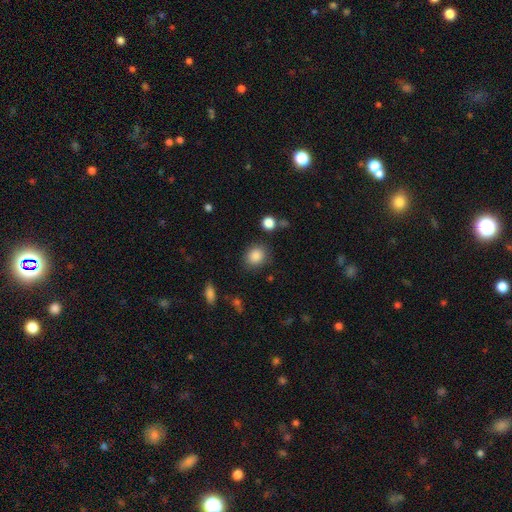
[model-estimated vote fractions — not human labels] Smooth or featured? Predicted: smooth (p=0.86). How rounded? Predicted: round (p=0.67). Merging? Predicted: none (p=0.83).